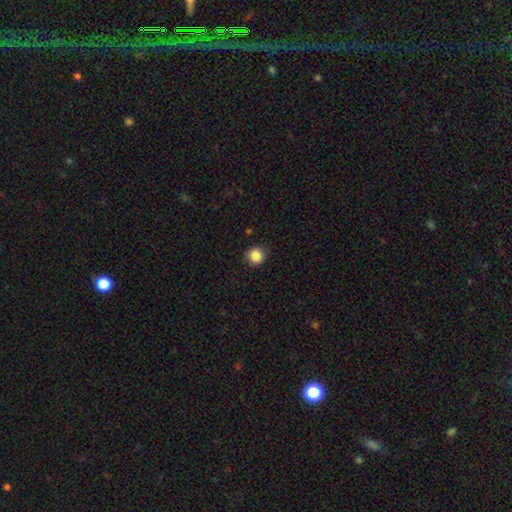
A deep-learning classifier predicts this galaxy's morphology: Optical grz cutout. It shows a smooth galaxy with no disk features (87%) that is round (93%). Merging: none (89%).